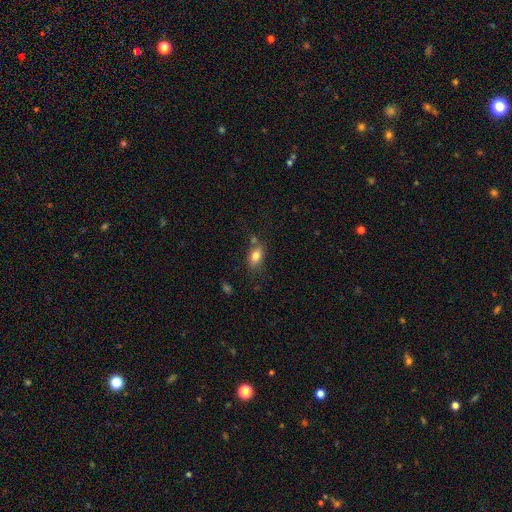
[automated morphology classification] Smooth or featured? smooth (80%)
How rounded? in between (83%)
Merging? none (64%)